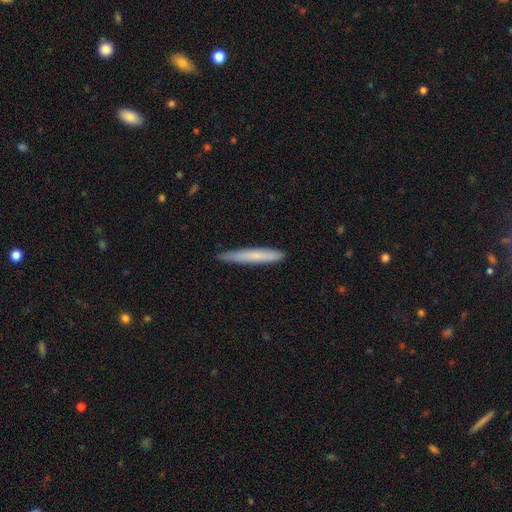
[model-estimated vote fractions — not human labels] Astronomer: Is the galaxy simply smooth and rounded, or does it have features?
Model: smooth — 68%.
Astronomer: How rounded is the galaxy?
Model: cigar-shaped — 95%.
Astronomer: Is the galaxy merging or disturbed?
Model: none — 86%.